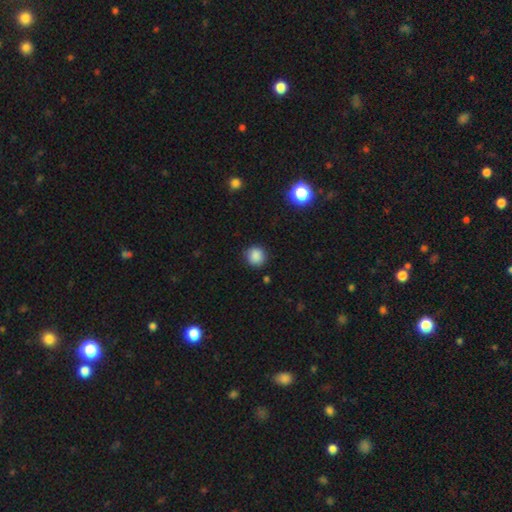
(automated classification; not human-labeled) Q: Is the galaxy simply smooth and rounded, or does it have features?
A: smooth — 86%.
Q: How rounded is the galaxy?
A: round — 90%.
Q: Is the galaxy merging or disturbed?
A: none — 86%.